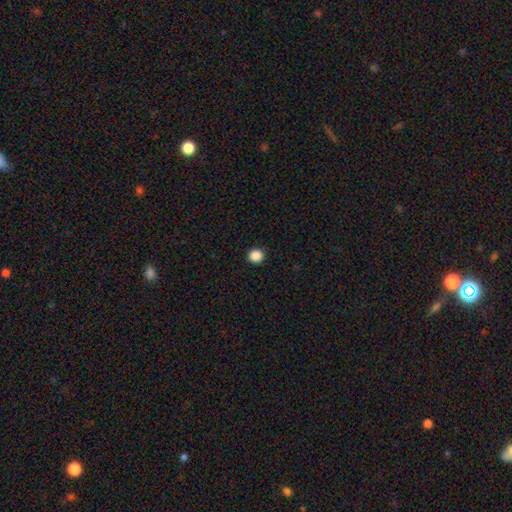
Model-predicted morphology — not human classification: Smooth or featured?
  - smooth: 88% *
  - star or artifact: 10%
  - featured or disk: 2%
How rounded?
  - round: 92% *
  - in between: 7%
  - cigar-shaped: 1%
Merging?
  - none: 93% *
  - minor disturbance: 4%
  - major disturbance: 2%
  - merger: 1%